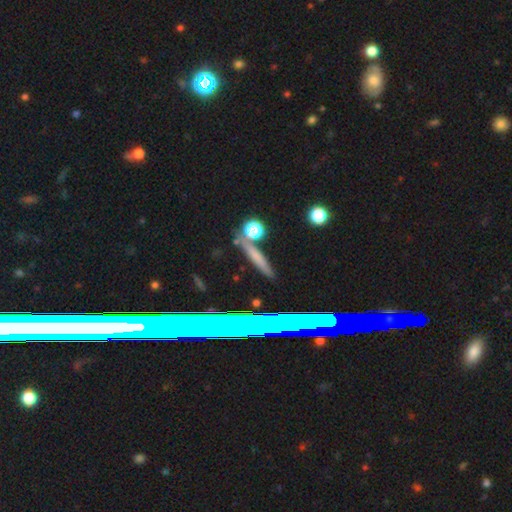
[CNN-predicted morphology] smooth_or_featured: smooth (p=0.56) [alt: featured or disk p=0.26]
how_rounded: cigar-shaped (p=0.59) [alt: round p=0.28]
merging: none (p=0.82) [alt: minor disturbance p=0.10]